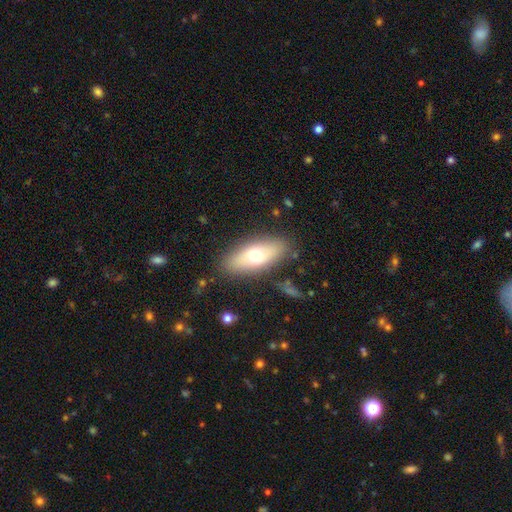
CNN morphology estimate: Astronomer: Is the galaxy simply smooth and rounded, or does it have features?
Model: smooth — 64%.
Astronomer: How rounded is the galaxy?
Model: in between — 78%.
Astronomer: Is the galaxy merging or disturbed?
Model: none — 84%.